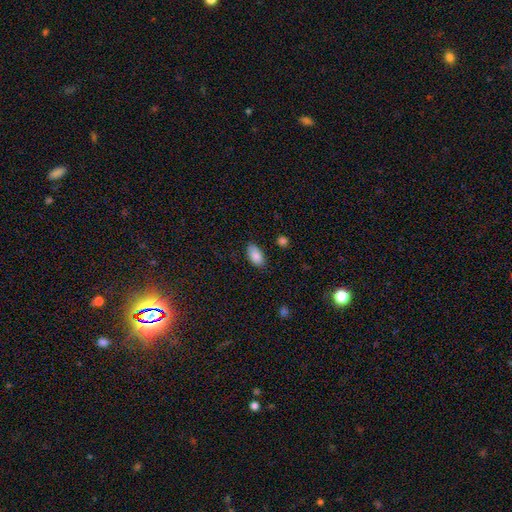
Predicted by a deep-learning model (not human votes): This is clearly a smooth galaxy (87%). How rounded: clearly in between (93%). Merging: clearly none (82%).